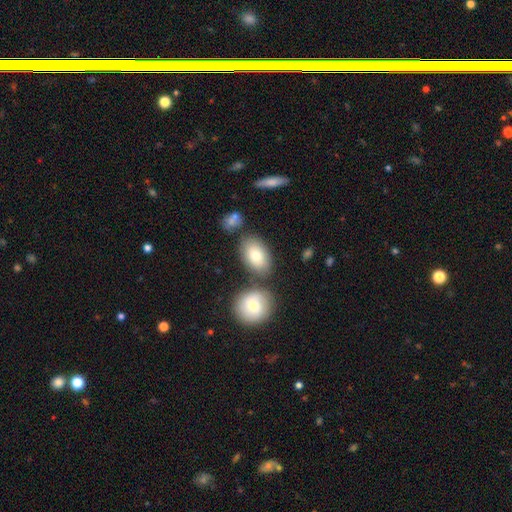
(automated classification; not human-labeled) smooth 78%, featured or disk 15%, star or artifact 7%. Down the decision tree: how rounded — in between (85%); merging — none (69%).